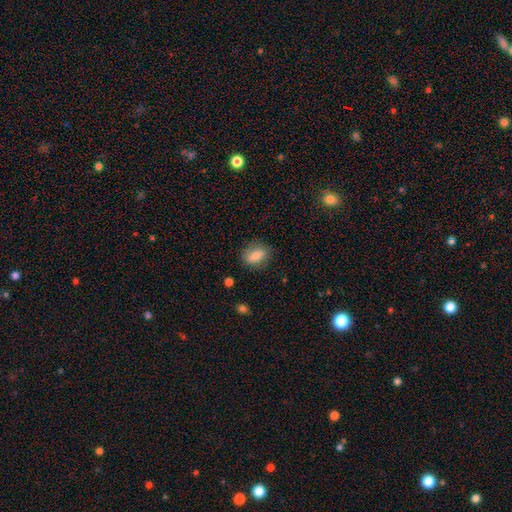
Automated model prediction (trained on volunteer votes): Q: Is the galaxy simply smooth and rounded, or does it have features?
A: smooth — 76%.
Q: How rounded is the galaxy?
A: in between — 71%.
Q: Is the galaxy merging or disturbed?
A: none — 80%.